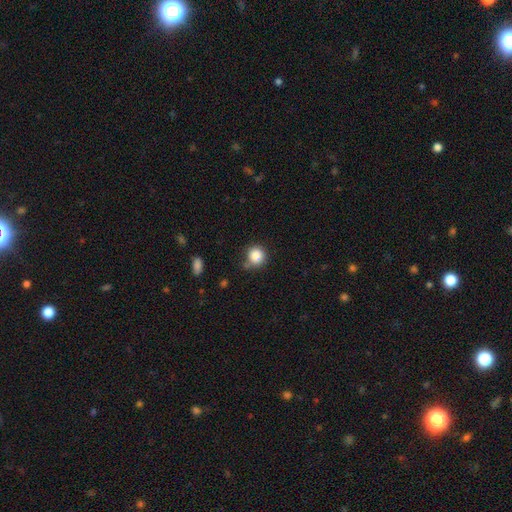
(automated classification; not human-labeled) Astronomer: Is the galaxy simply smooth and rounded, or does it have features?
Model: smooth — 86%.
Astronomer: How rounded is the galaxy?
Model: round — 90%.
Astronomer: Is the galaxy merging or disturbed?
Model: none — 69%.